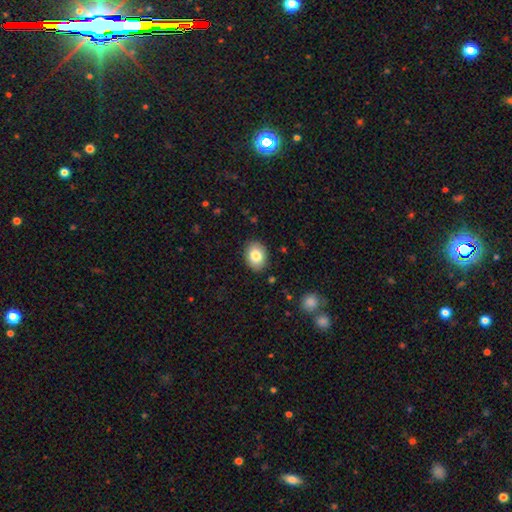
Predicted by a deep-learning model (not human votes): A smooth galaxy with no disk features (83%) that is in between round and cigar-shaped (65%).

Vote fractions:
- Smooth or featured? smooth: 83% / featured or disk: 9% / star or artifact: 8%
- How rounded? in between: 65% / round: 34% / cigar-shaped: 1%
- Merging? none: 88% / minor disturbance: 9% / major disturbance: 2% / merger: 1%